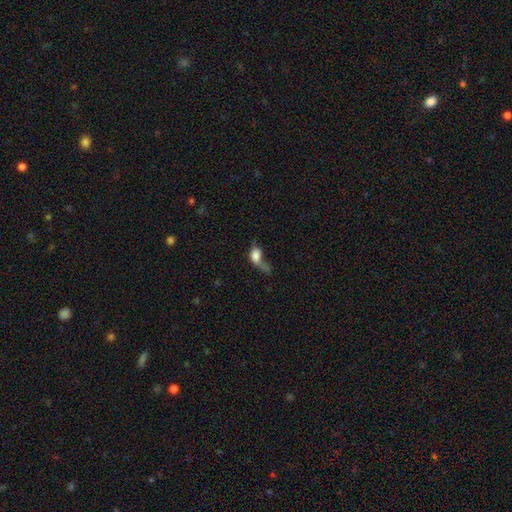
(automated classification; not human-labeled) smooth 68%, featured or disk 21%, star or artifact 11%. Down the decision tree: how rounded — in between (71%); merging — major disturbance (49%).